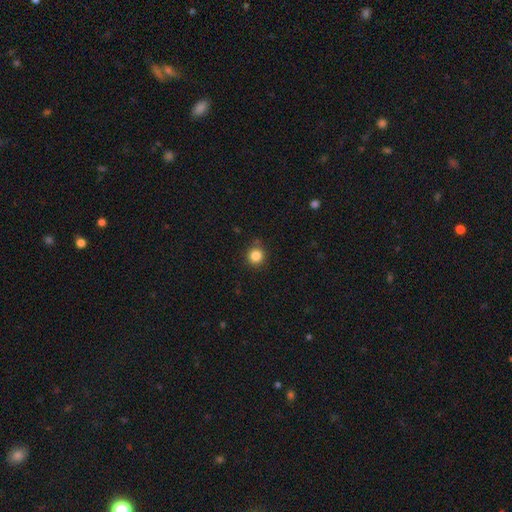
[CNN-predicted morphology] Smooth or featured: smooth — 85% (star or artifact — 11%)
How rounded: round — 91% (in between — 8%)
Merging: none — 84% (minor disturbance — 11%)